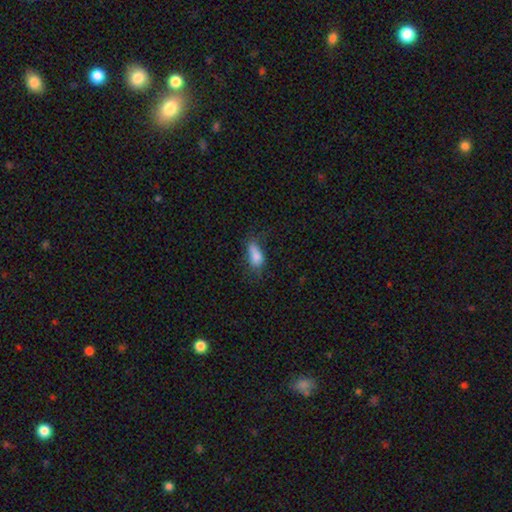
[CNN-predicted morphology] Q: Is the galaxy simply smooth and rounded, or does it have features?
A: smooth — 76%.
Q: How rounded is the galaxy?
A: in between — 84%.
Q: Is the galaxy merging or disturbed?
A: none — 39%.